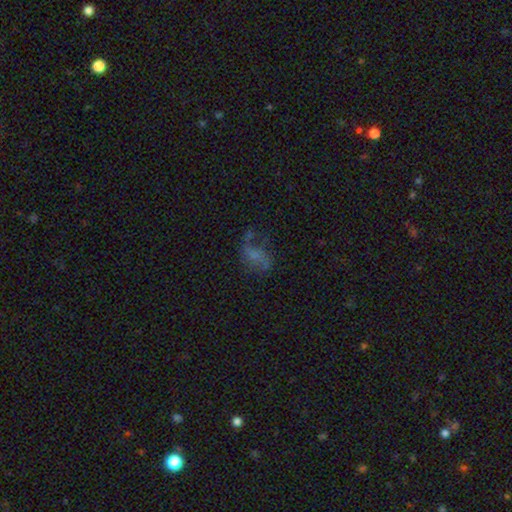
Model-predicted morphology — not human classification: Q: Smooth or featured?
A: featured or disk (48%); runner-up: smooth (34%)
Q: Merging?
A: none (41%); runner-up: major disturbance (31%)